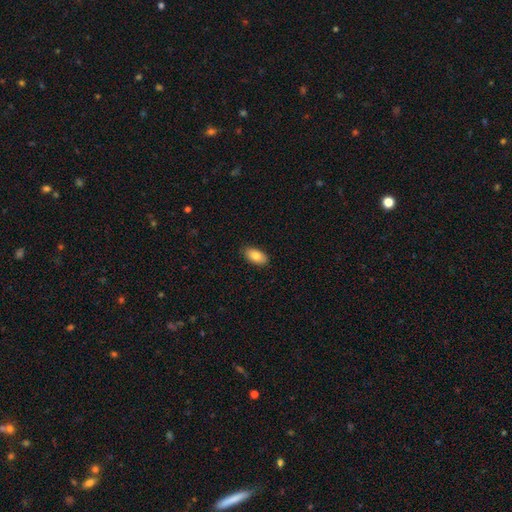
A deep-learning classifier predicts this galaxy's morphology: Smooth or featured?
  - smooth: 84% *
  - featured or disk: 9%
  - star or artifact: 7%
How rounded?
  - in between: 94% *
  - cigar-shaped: 3%
  - round: 3%
Merging?
  - none: 88% *
  - minor disturbance: 10%
  - major disturbance: 2%
  - merger: 1%